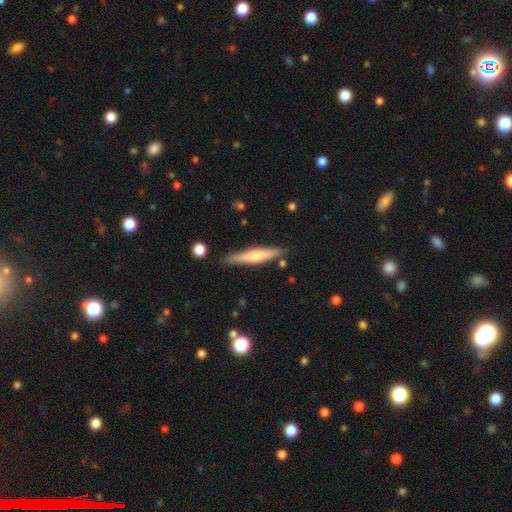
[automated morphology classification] smooth 50%, featured or disk 45%, star or artifact 6%. Down the decision tree: merging — none (85%).